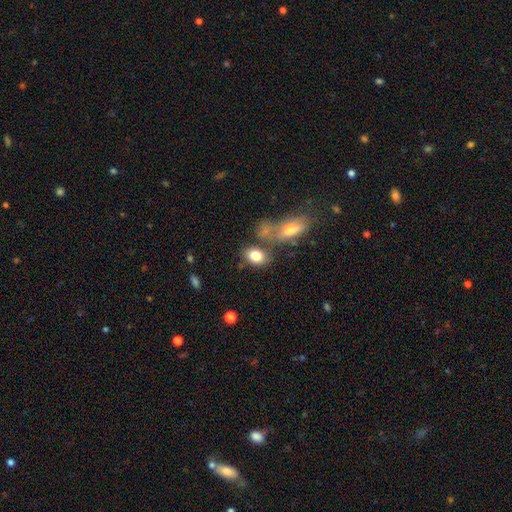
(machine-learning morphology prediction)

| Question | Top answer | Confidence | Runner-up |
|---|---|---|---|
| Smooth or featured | smooth | 81% | featured or disk (10%) |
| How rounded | in between | 79% | round (19%) |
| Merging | none | 57% | merger (24%) |